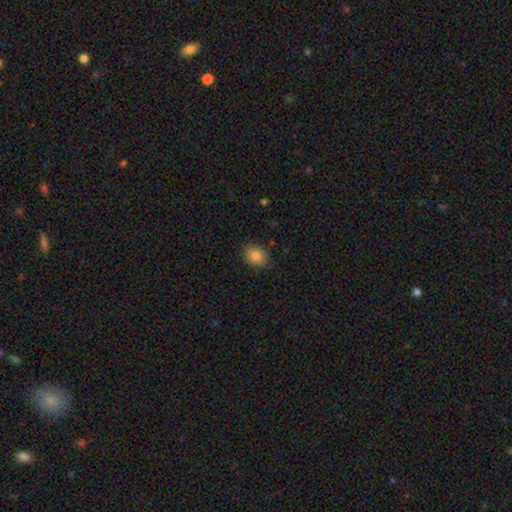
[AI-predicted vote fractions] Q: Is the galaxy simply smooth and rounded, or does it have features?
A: smooth — 83%.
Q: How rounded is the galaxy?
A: in between — 56%.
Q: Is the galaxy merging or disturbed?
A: none — 86%.